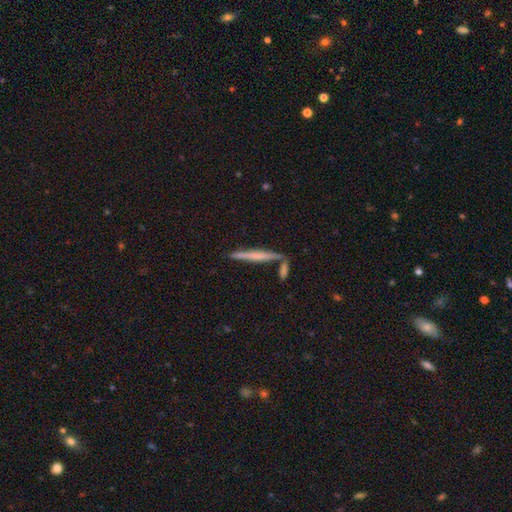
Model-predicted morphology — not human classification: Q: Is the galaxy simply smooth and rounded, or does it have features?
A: featured or disk — 49%.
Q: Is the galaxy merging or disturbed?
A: none — 77%.